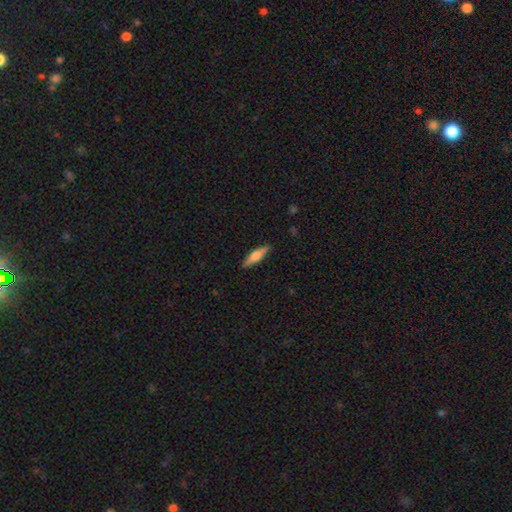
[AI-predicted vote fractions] Smooth or featured?
  - smooth: 54% *
  - featured or disk: 40%
  - star or artifact: 6%
How rounded?
  - cigar-shaped: 67% *
  - in between: 30%
  - round: 2%
Merging?
  - none: 88% *
  - minor disturbance: 9%
  - major disturbance: 2%
  - merger: 1%